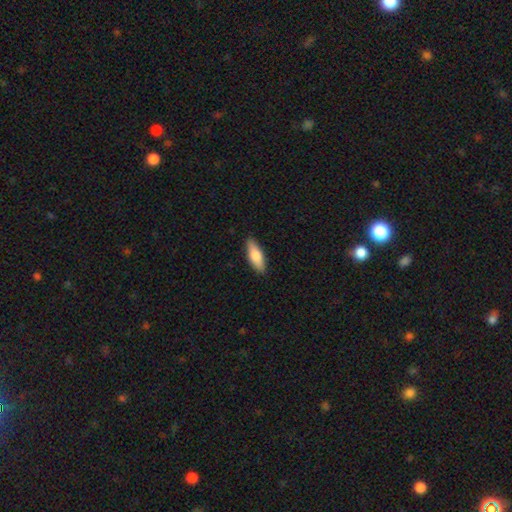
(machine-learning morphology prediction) The model was most divided on "how rounded": in between: 61%, cigar-shaped: 36%, round: 2%. More confident: merging — none (89%); smooth or featured — smooth (76%).